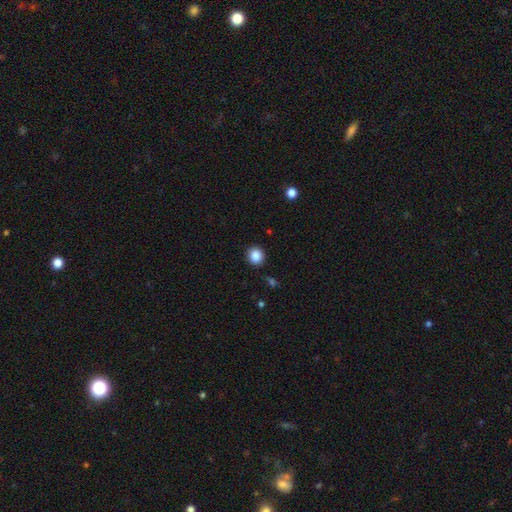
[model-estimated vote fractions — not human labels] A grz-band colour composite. It shows a smooth galaxy with no disk features (87%) that is round (85%). Merging: none (89%).